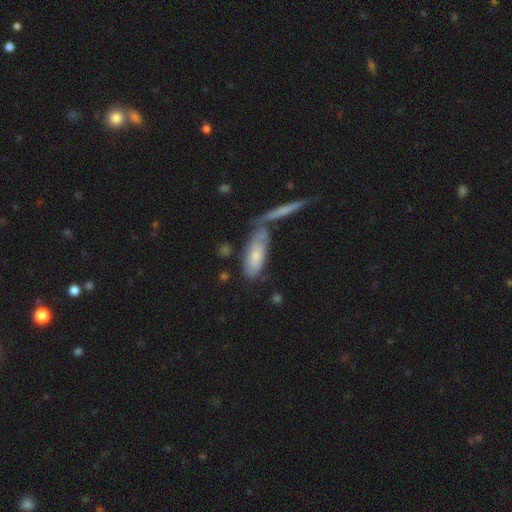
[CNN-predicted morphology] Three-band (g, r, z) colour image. It shows a smooth galaxy with no disk features (63%) that is in between round and cigar-shaped (64%). Merging: none (46%).